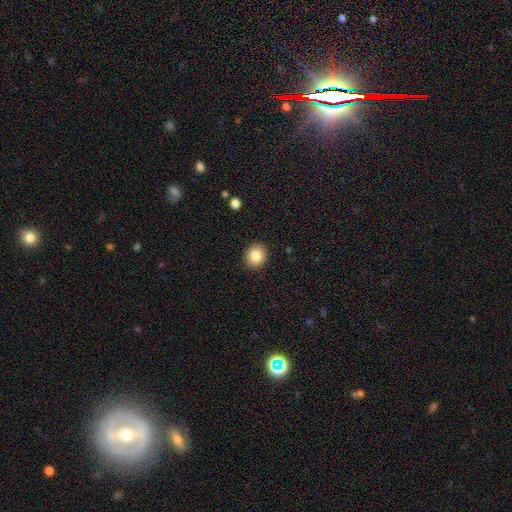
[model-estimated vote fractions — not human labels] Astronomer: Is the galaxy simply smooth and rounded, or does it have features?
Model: smooth — 84%.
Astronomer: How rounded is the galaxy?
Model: round — 81%.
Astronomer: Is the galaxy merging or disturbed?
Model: none — 91%.